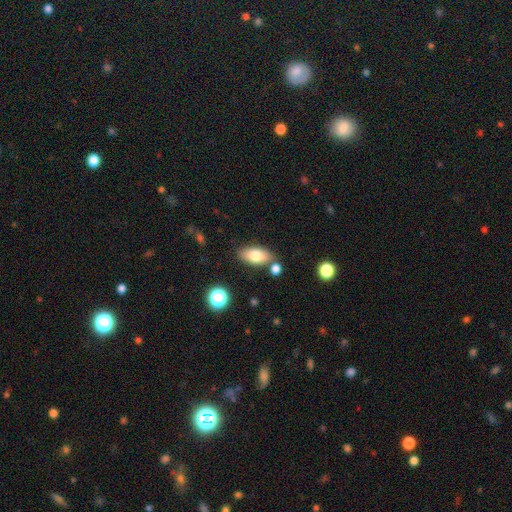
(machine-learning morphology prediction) smooth-or-featured: smooth: 77% | featured or disk: 16% | star or artifact: 8%
  how-rounded: in between: 89% | cigar-shaped: 6% | round: 5%
  merging: none: 76% | minor disturbance: 12% | merger: 9% | major disturbance: 3%